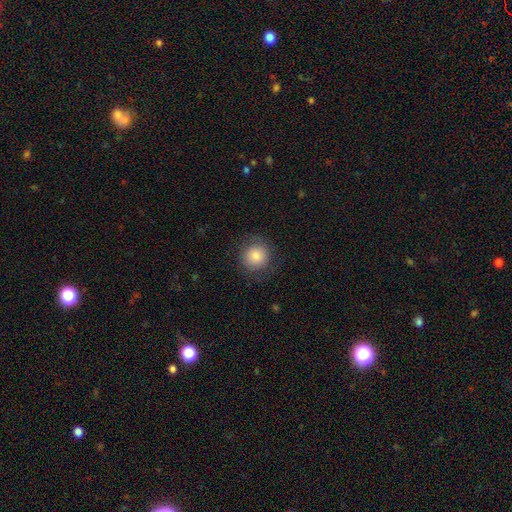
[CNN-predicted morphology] A smooth galaxy with no disk features (82%) that is round (91%). Merging: none (84%).